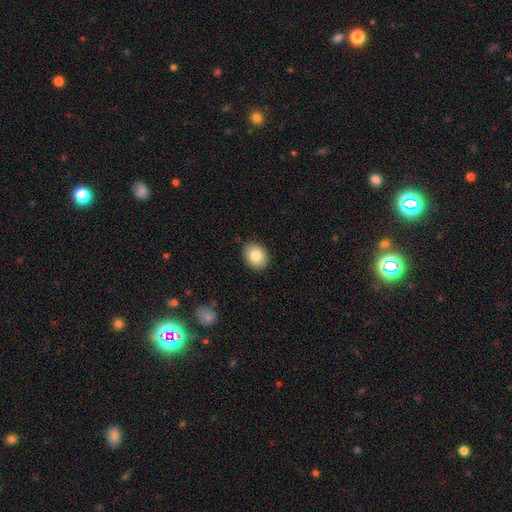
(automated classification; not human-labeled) Morphology: type=smooth (84%); roundness=round (55%); merging=none (89%).